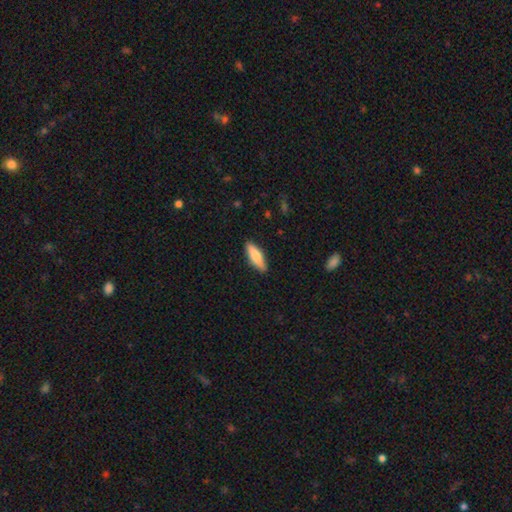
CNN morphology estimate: Smooth or featured: smooth — 78% (featured or disk — 17%)
How rounded: cigar-shaped — 49% (tied with in between — 49%)
Merging: none — 87% (minor disturbance — 10%)